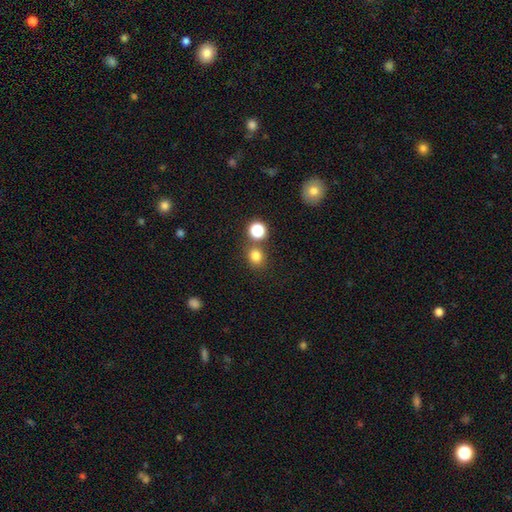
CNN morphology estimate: Q: Smooth or featured?
A: smooth (79%); runner-up: star or artifact (16%)
Q: How rounded?
A: round (79%); runner-up: in between (20%)
Q: Merging?
A: none (74%); runner-up: merger (14%)